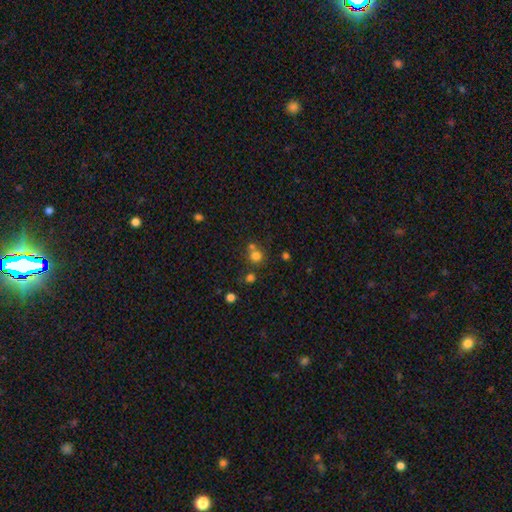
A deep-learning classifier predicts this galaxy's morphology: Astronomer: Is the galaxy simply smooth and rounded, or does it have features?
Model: smooth — 73%.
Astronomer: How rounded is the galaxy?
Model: round — 88%.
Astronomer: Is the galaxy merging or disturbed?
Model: none — 60%.